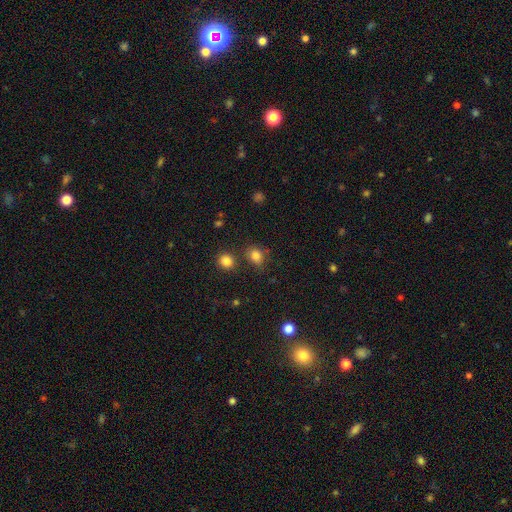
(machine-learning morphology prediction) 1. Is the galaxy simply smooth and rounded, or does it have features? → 82% smooth, 13% star or artifact, 5% featured or disk.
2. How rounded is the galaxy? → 54% round, 45% in between, 1% cigar-shaped.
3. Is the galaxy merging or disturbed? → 69% none, 16% minor disturbance, 10% merger, 5% major disturbance.